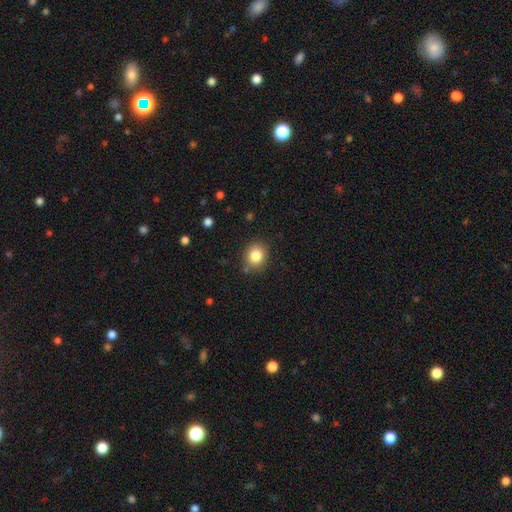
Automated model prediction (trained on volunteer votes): smooth 84%, star or artifact 10%, featured or disk 6%. Down the decision tree: how rounded — round (72%); merging — none (85%).